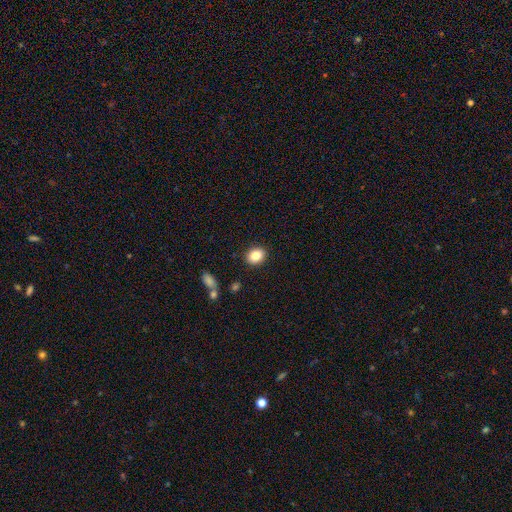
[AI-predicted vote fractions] Overall: smooth (86%). How rounded: in between (53%; round 46%). Merging: none (89%).